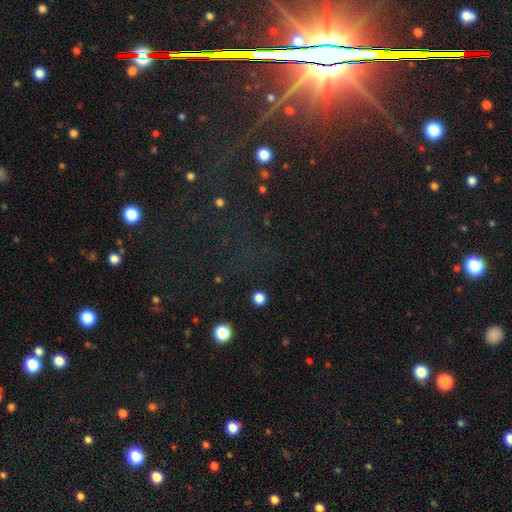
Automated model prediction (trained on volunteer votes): A star or artifact, not a galaxy (80%).

Vote fractions:
- Smooth or featured? star or artifact: 80% / featured or disk: 10% / smooth: 10%